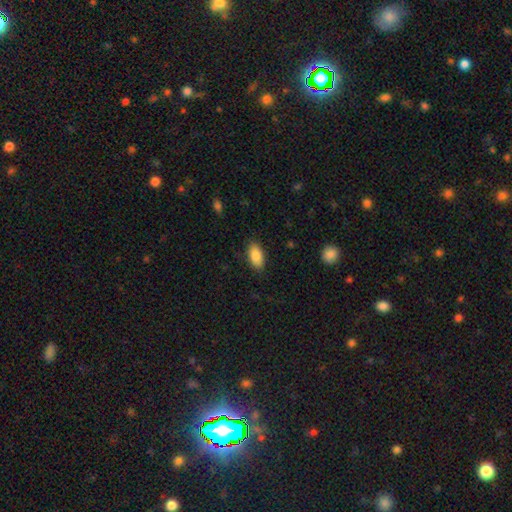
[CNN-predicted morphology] type=smooth (88%); roundness=in between (92%); merging=none (86%).